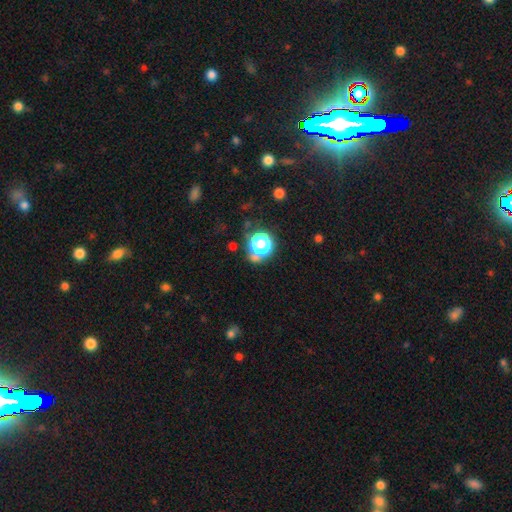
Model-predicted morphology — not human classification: A smooth galaxy with no disk features (53%) that is round (86%).

Vote fractions:
- Smooth or featured? smooth: 53% / star or artifact: 38% / featured or disk: 9%
- How rounded? round: 86% / in between: 13% / cigar-shaped: 1%
- Merging? none: 68% / minor disturbance: 13% / merger: 12% / major disturbance: 7%